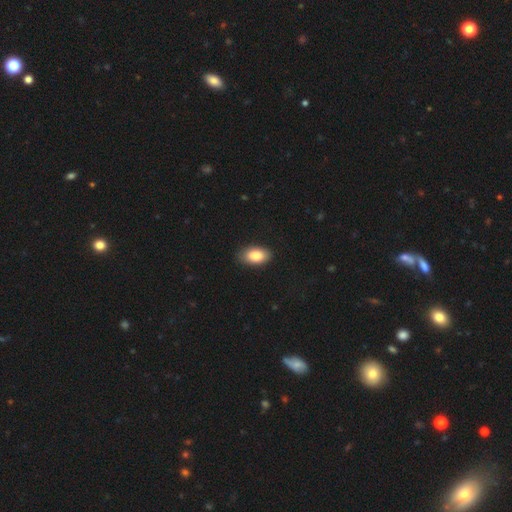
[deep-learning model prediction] Smooth or featured?
  - smooth: 86% *
  - featured or disk: 7%
  - star or artifact: 7%
How rounded?
  - in between: 93% *
  - round: 5%
  - cigar-shaped: 2%
Merging?
  - none: 86% *
  - minor disturbance: 11%
  - major disturbance: 2%
  - merger: 1%